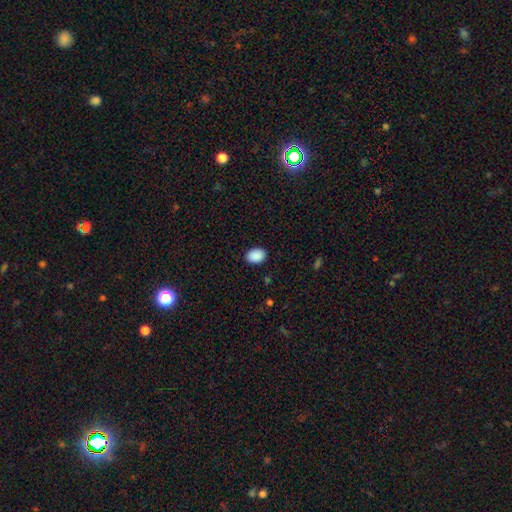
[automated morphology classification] The model was most divided on "how rounded": in between: 76%, round: 23%, cigar-shaped: 1%. More confident: smooth or featured — smooth (90%); merging — none (89%).